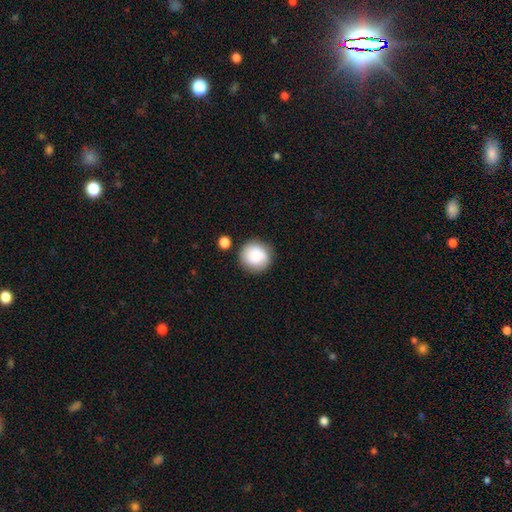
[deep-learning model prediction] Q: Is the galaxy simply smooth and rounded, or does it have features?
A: smooth — 81%.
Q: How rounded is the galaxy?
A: round — 92%.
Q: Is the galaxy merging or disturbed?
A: none — 78%.